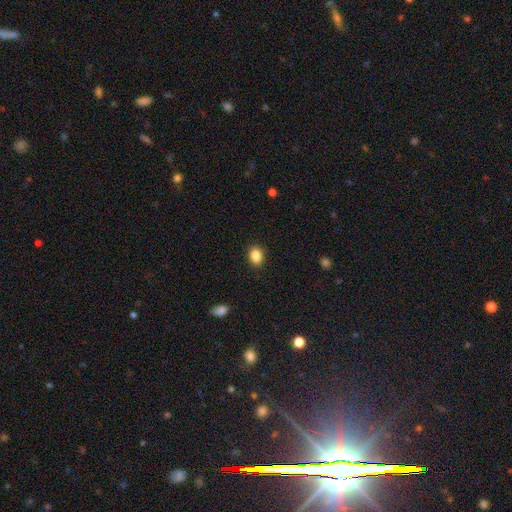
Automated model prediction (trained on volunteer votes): Smooth or featured? smooth (87%)
How rounded? in between (68%)
Merging? none (89%)